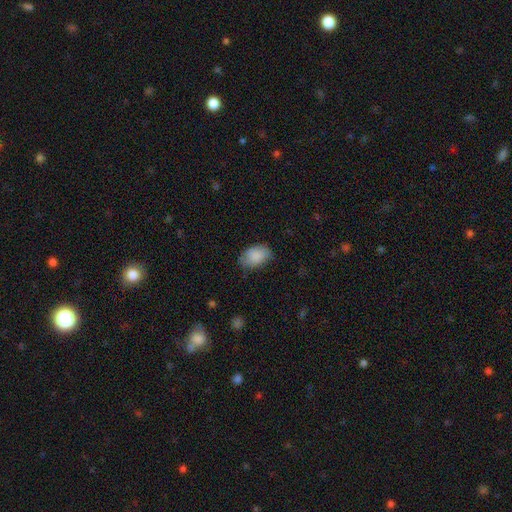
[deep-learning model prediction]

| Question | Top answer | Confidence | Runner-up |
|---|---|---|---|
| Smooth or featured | smooth | 87% | featured or disk (7%) |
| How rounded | in between | 90% | round (9%) |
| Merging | none | 73% | minor disturbance (21%) |